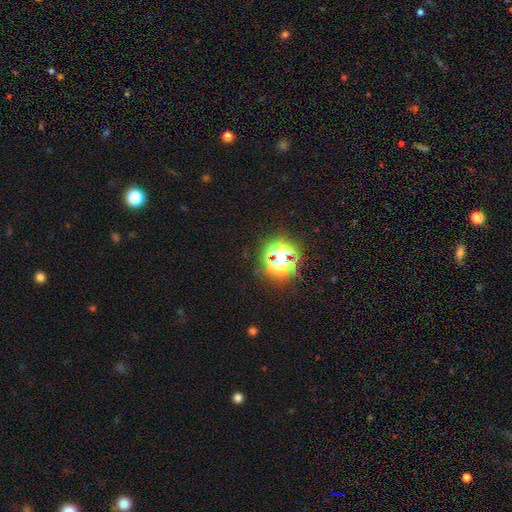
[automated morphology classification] This is likely a star or artifact rather than a galaxy (76%).